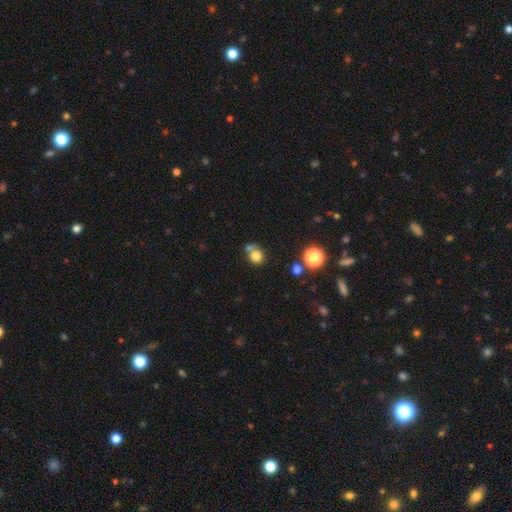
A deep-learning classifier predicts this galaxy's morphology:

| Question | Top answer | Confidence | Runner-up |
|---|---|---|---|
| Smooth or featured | smooth | 78% | star or artifact (13%) |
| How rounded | round | 79% | in between (20%) |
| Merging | none | 51% | merger (28%) |